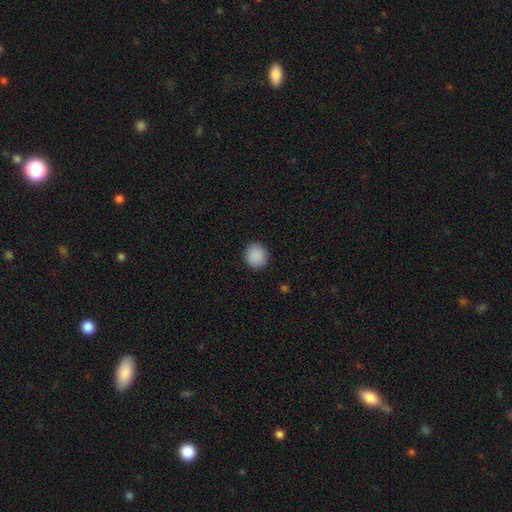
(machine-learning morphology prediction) This appears to be a smooth galaxy with no disk features (90%) that is round (89%). Merging: none (91%).